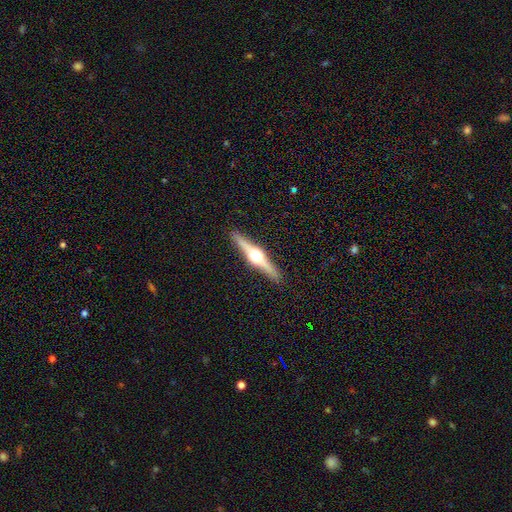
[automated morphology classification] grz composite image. It shows a featured or disk galaxy (82%) viewed edge-on (98%) with a rounded central bulge (96%). Merging: none (92%).